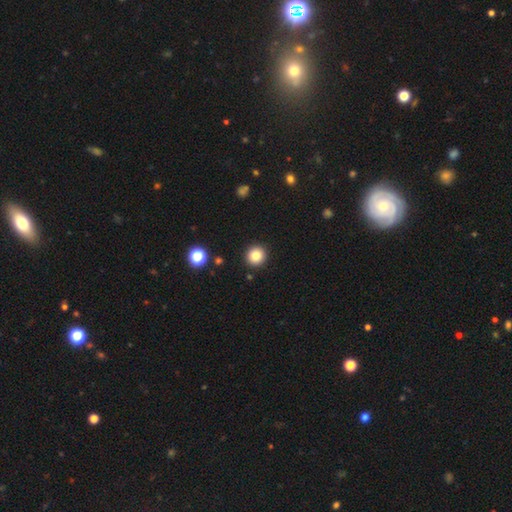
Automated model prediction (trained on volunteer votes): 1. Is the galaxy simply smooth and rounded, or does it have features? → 83% smooth, 11% star or artifact, 6% featured or disk.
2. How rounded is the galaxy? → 93% round, 6% in between, 1% cigar-shaped.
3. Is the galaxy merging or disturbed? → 92% none, 5% minor disturbance, 2% major disturbance, 2% merger.